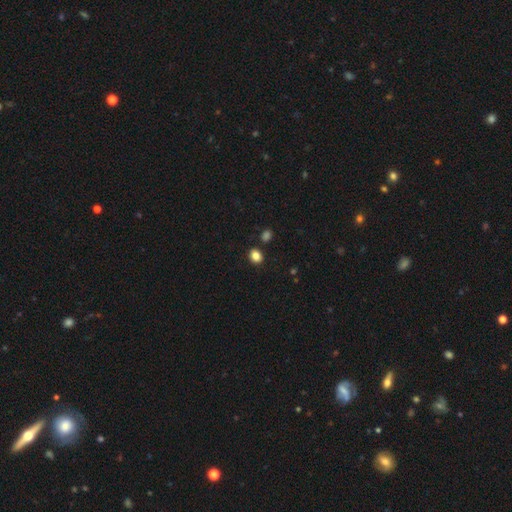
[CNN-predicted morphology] Smooth or featured? smooth (85%)
How rounded? round (56%)
Merging? none (84%)